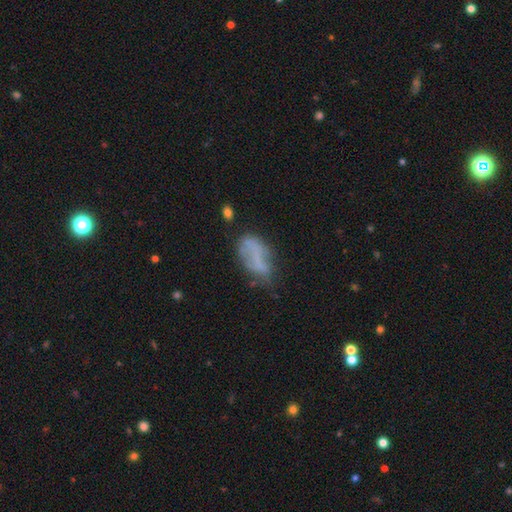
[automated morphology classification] Q: Smooth or featured?
A: smooth (51%); runner-up: featured or disk (38%)
Q: How rounded?
A: in between (86%); runner-up: cigar-shaped (8%)
Q: Merging?
A: none (44%); runner-up: minor disturbance (31%)